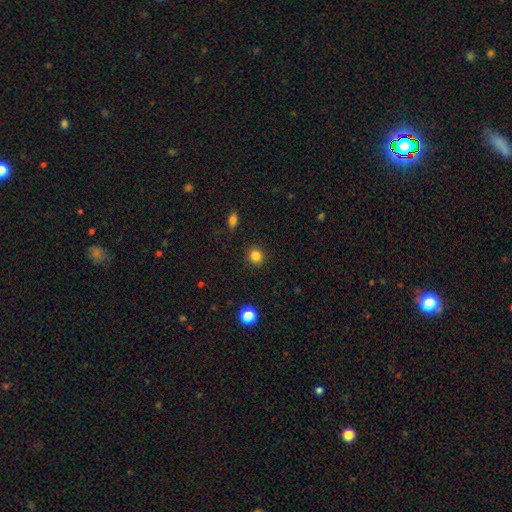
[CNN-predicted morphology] smooth 84%, star or artifact 11%, featured or disk 4%. Down the decision tree: how rounded — round (82%); merging — none (89%).